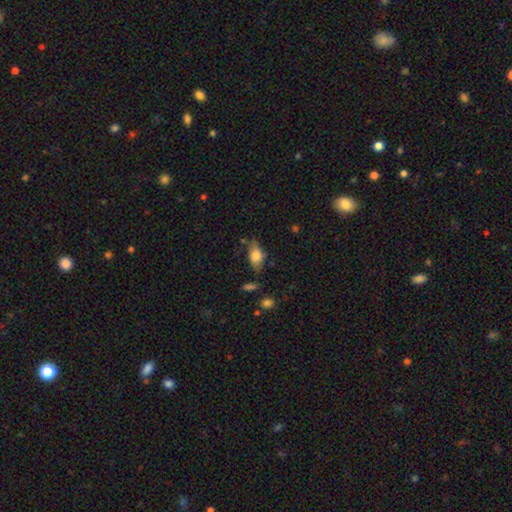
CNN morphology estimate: Smooth or featured: smooth — 73% (featured or disk — 20%)
How rounded: in between — 85% (round — 8%)
Merging: none — 64% (minor disturbance — 26%)